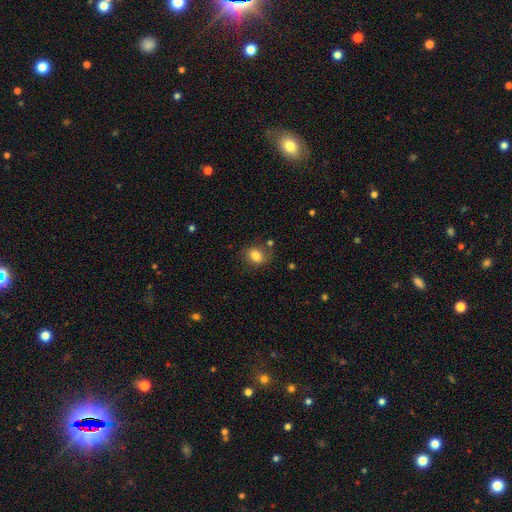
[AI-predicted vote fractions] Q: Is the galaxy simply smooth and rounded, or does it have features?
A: smooth — 82%.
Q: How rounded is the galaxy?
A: in between — 57%.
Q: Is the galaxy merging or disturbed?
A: none — 70%.